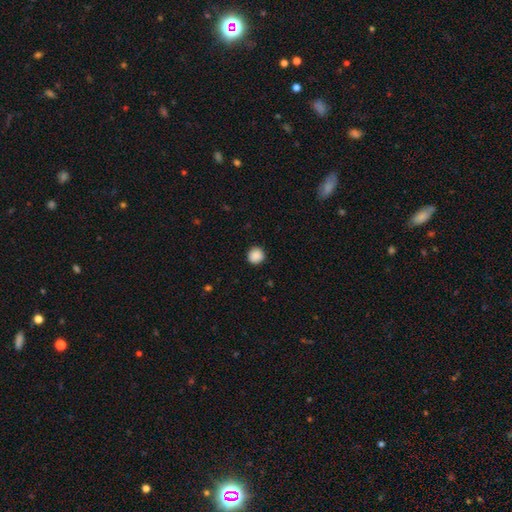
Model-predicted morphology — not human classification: Overall: smooth (89%). How rounded: round (93%). Merging: none (91%).